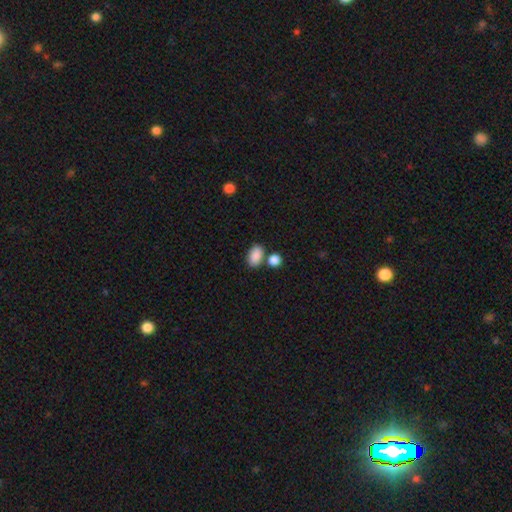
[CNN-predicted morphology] The model was most divided on "merging": none: 65%, merger: 20%, minor disturbance: 12%, major disturbance: 4%. More confident: smooth or featured — smooth (88%); how rounded — in between (86%).